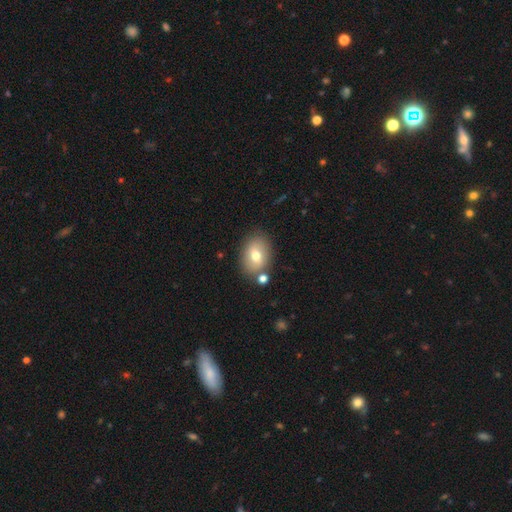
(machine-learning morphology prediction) type=smooth (66%); roundness=in between (74%); merging=none (77%).